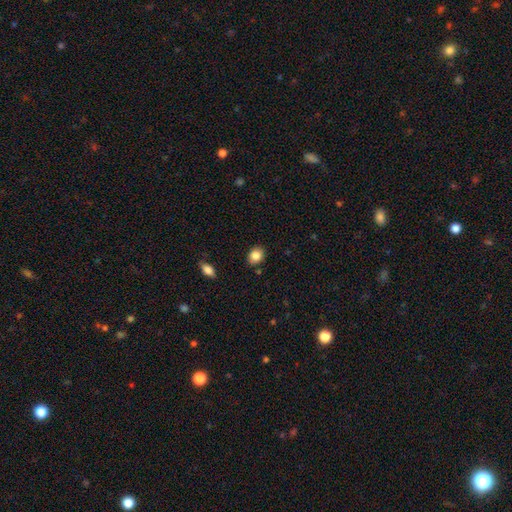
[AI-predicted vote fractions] Morphology: type=smooth (85%); roundness=in between (57%); merging=none (86%).